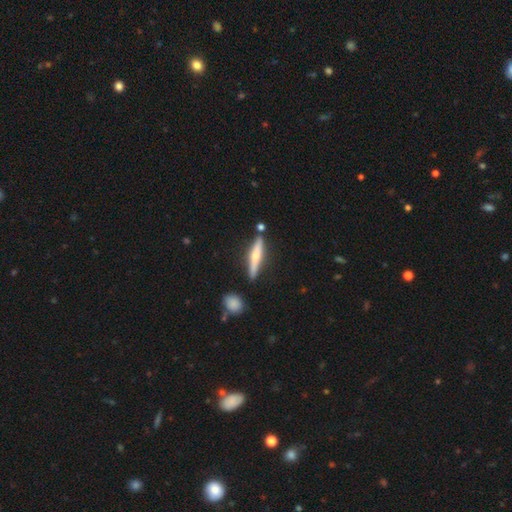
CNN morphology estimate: smooth-or-featured: featured or disk: 56% | smooth: 38% | star or artifact: 6%
  disk-edge-on: yes: 95% | no: 5%
    edge-on-bulge: rounded: 88% | none: 8% | boxy: 4%
  merging: none: 82% | minor disturbance: 10% | merger: 5% | major disturbance: 2%